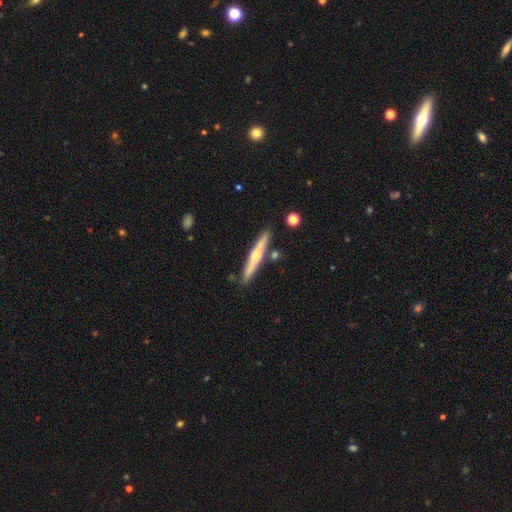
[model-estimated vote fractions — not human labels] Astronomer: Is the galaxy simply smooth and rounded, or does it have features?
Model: featured or disk — 65%.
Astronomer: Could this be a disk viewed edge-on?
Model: yes — 96%.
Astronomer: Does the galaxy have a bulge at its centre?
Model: rounded — 89%.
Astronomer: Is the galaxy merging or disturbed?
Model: none — 84%.